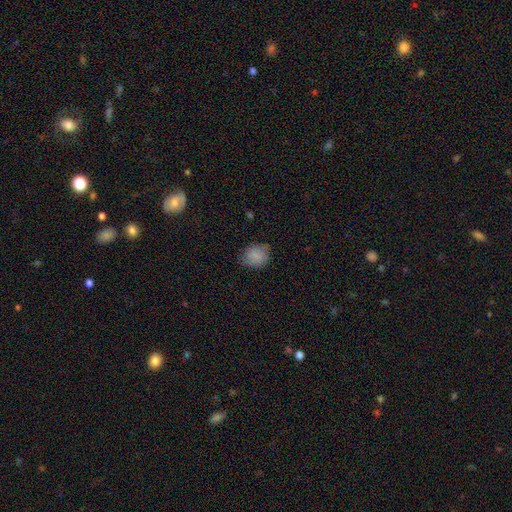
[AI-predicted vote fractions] Smooth or featured? Predicted: smooth (p=0.85). How rounded? Predicted: round (p=0.62). Merging? Predicted: none (p=0.71).